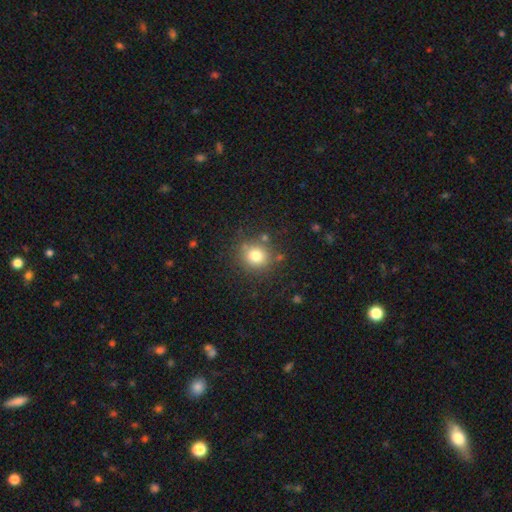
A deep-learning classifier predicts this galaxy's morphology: type=smooth (78%); roundness=round (86%); merging=none (81%).